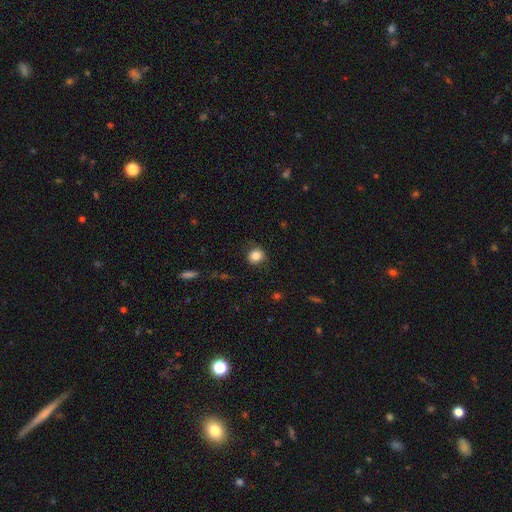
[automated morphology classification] smooth 84%, star or artifact 10%, featured or disk 6%. Down the decision tree: how rounded — round (77%); merging — none (77%).